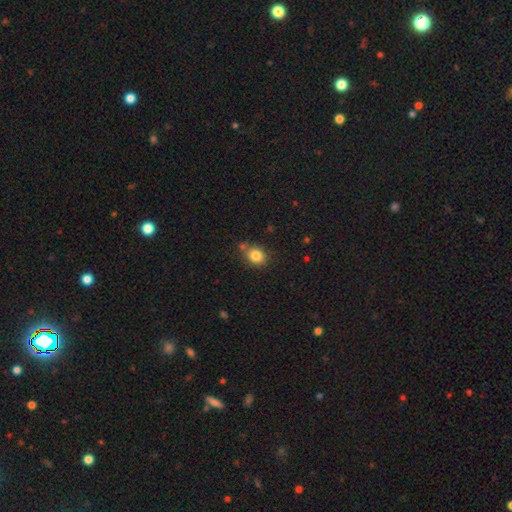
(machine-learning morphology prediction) This appears to be a smooth galaxy with no disk features (83%) that is round (59%). Merging: none (68%).